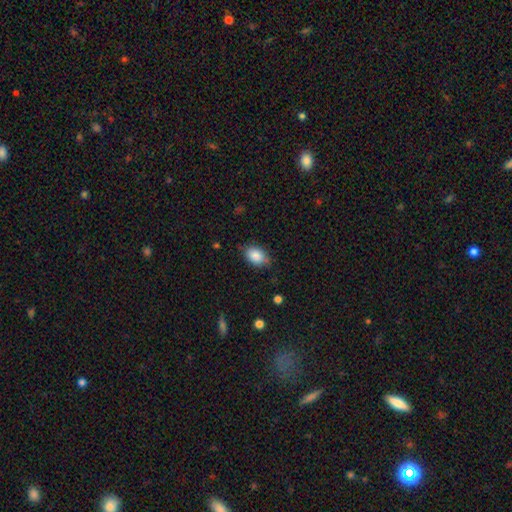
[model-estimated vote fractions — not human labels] The model was most divided on "merging": none: 77%, minor disturbance: 18%, major disturbance: 4%, merger: 1%. More confident: smooth or featured — smooth (87%); how rounded — in between (82%).